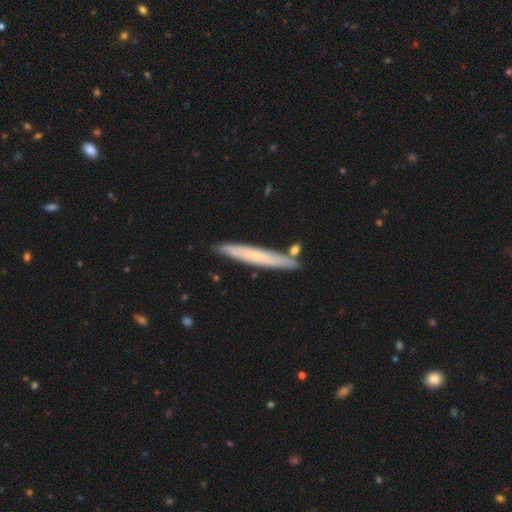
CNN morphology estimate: This appears to be a smooth galaxy with no disk features (52%) that is cigar-shaped (96%). Merging: none (83%).